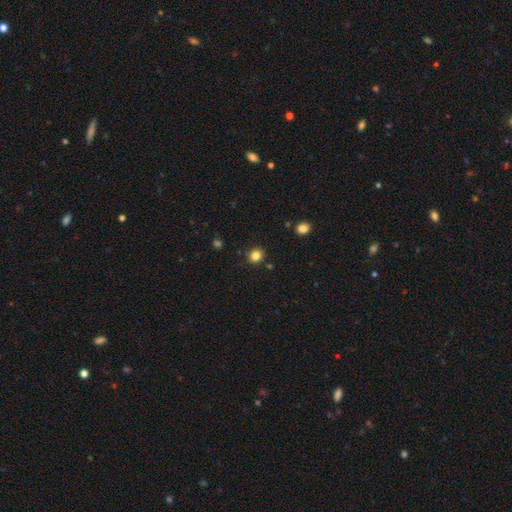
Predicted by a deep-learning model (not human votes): Smooth or featured? Predicted: smooth (p=0.82). How rounded? Predicted: round (p=0.83). Merging? Predicted: none (p=0.87).